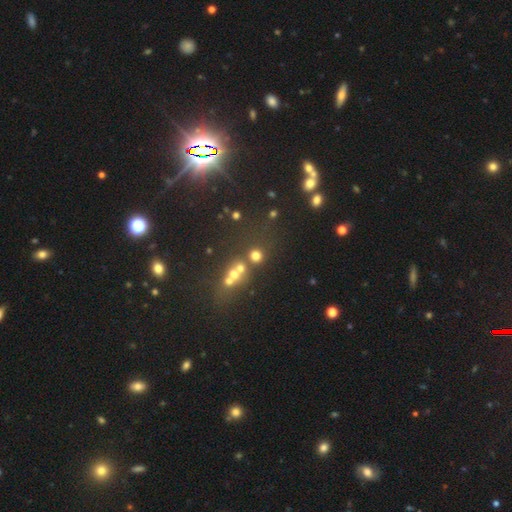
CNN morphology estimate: A smooth galaxy with no disk features (62%) that is round (86%). Merging: none (55%).